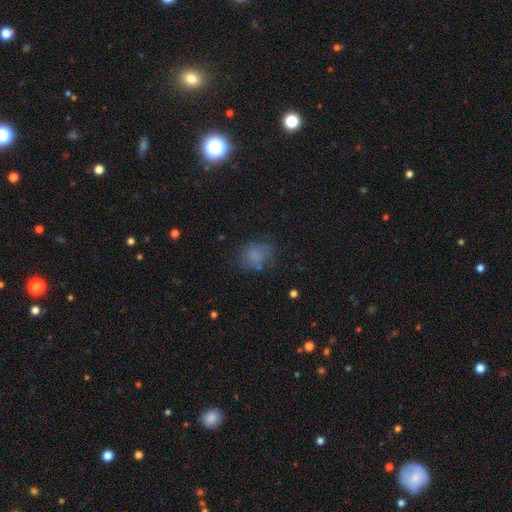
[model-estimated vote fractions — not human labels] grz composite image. It shows a smooth galaxy with no disk features (73%) that is round (58%). Merging: none (63%).